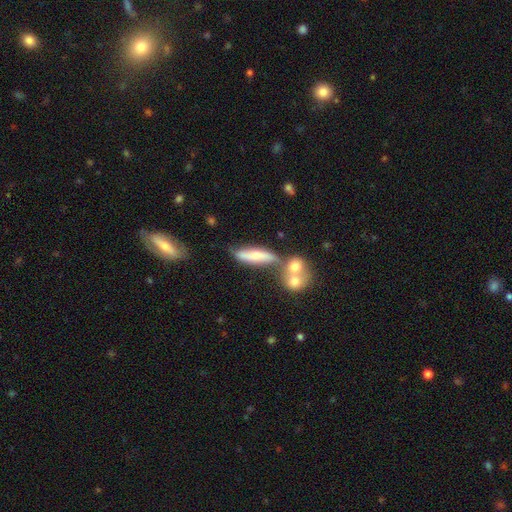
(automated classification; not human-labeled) smooth 57%, featured or disk 36%, star or artifact 8%. Down the decision tree: how rounded — cigar-shaped (63%); merging — none (48%).